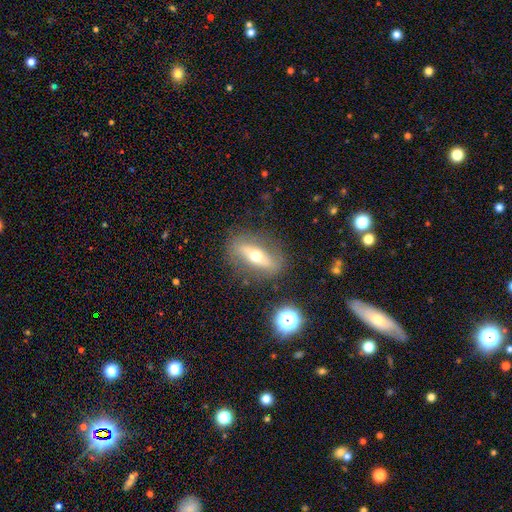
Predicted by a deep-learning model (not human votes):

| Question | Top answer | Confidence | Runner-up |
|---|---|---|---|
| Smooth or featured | featured or disk | 55% | smooth (35%) |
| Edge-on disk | yes | 52% | no (48%) |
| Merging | none | 81% | minor disturbance (12%) |